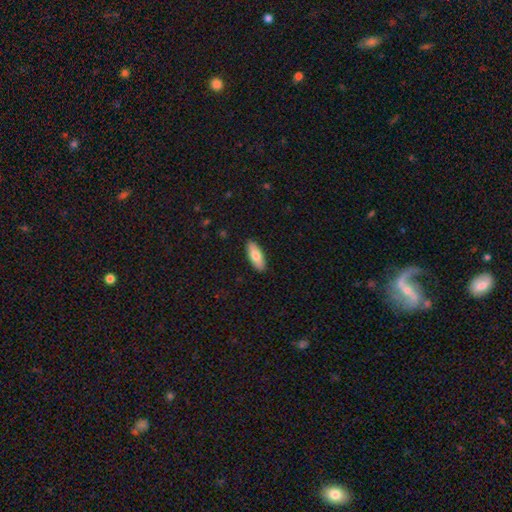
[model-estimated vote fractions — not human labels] Smooth or featured? smooth (75%)
How rounded? in between (72%)
Merging? none (89%)